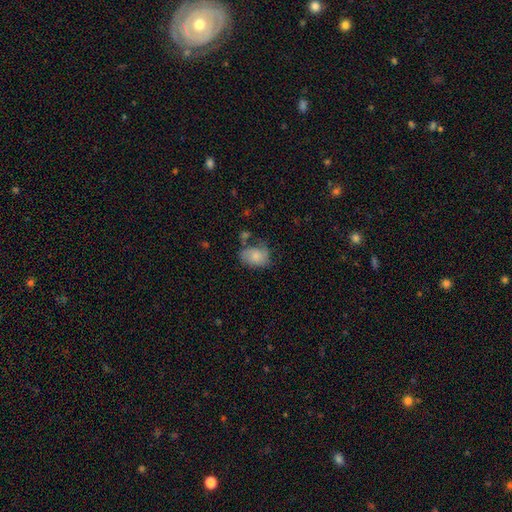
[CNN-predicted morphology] type=smooth (69%); roundness=in between (69%); merging=none (44%).